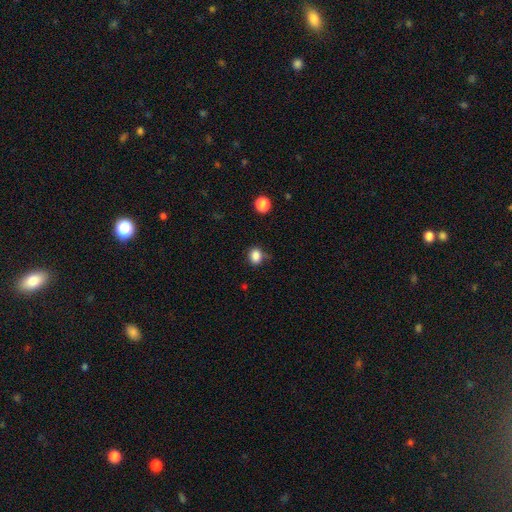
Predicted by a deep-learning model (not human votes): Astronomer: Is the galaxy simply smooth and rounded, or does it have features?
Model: smooth — 85%.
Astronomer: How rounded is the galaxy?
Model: round — 66%.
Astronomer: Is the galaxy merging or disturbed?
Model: none — 73%.